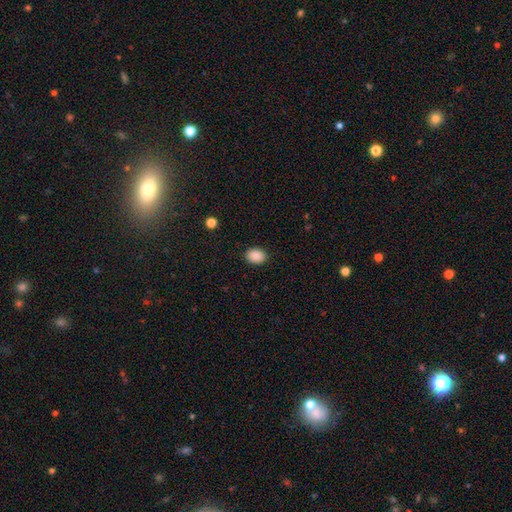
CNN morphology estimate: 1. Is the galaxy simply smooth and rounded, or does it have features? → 89% smooth, 8% star or artifact, 3% featured or disk.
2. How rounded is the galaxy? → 64% in between, 35% round, 1% cigar-shaped.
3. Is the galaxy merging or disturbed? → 89% none, 8% minor disturbance, 2% major disturbance, 1% merger.